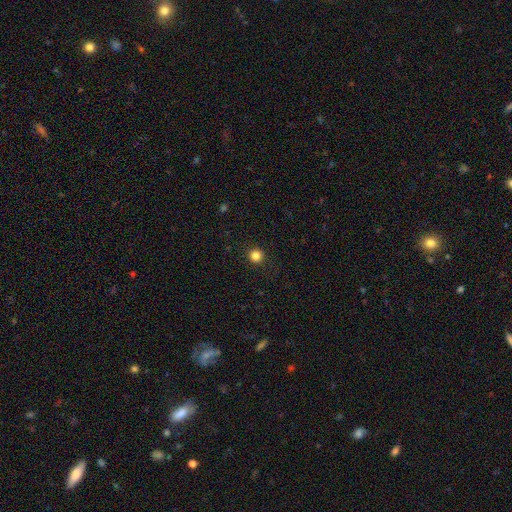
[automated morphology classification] A smooth galaxy with no disk features (83%) that is round (95%). Merging: none (93%).